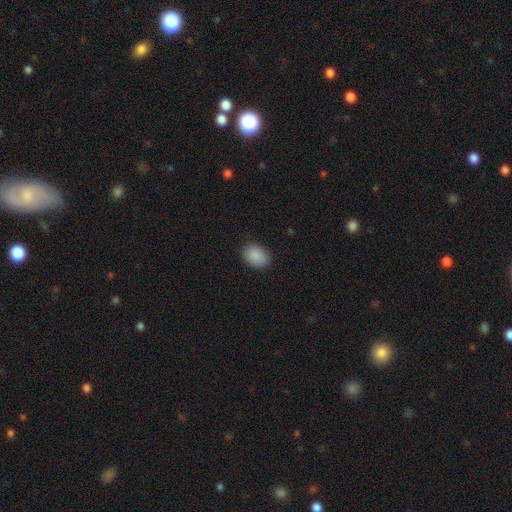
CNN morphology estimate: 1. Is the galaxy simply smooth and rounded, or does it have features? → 89% smooth, 8% star or artifact, 3% featured or disk.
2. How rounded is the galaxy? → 73% in between, 26% round, 1% cigar-shaped.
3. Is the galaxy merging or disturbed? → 87% none, 10% minor disturbance, 2% major disturbance, 1% merger.